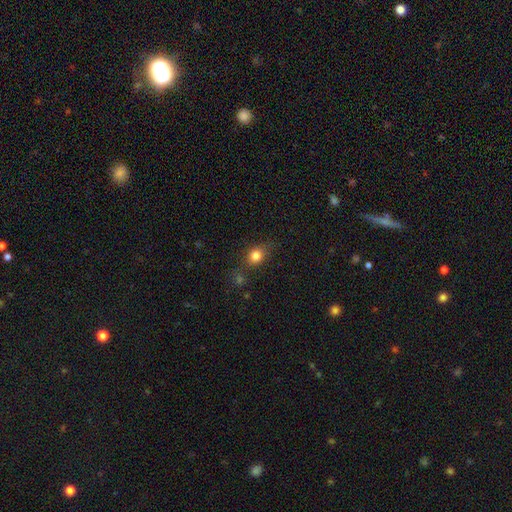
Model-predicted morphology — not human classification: Smooth or featured: smooth — 80% (star or artifact — 12%)
How rounded: round — 59% (in between — 39%)
Merging: none — 66% (minor disturbance — 20%)